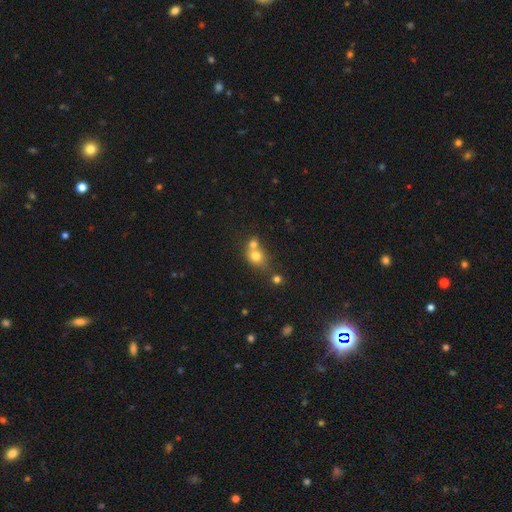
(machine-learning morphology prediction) Smooth or featured: smooth — 74% (featured or disk — 13%)
How rounded: round — 63% (in between — 36%)
Merging: merger — 51% (none — 35%)